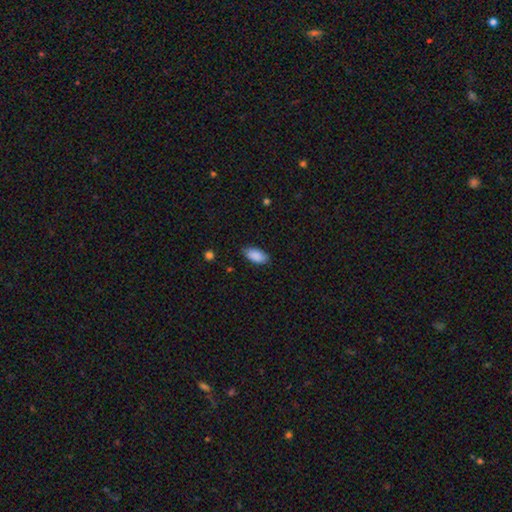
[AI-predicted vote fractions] smooth 89%, star or artifact 6%, featured or disk 4%. Down the decision tree: how rounded — in between (93%); merging — none (84%).